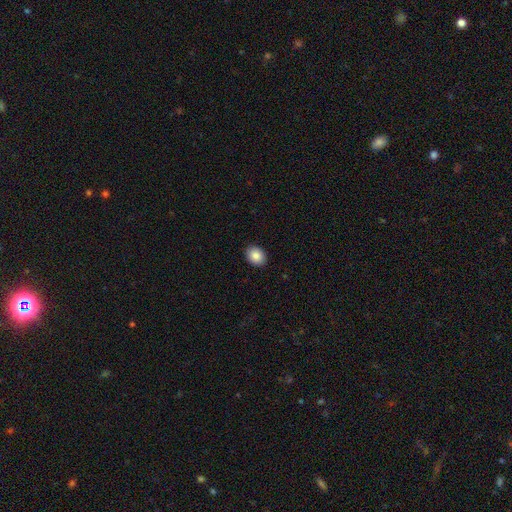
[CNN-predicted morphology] Smooth or featured?
  - smooth: 87% *
  - star or artifact: 8%
  - featured or disk: 5%
How rounded?
  - in between: 64% *
  - round: 35%
  - cigar-shaped: 1%
Merging?
  - none: 91% *
  - minor disturbance: 7%
  - major disturbance: 2%
  - merger: 1%